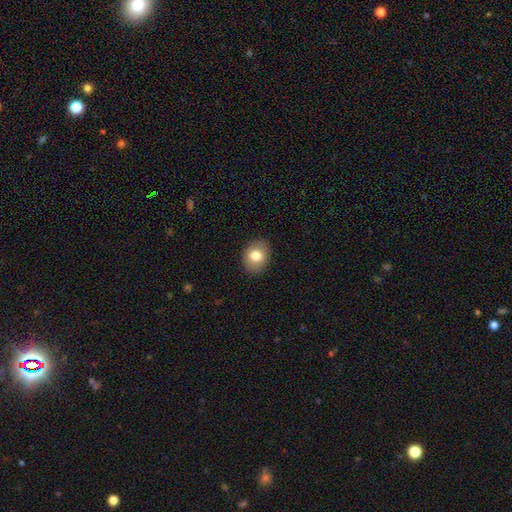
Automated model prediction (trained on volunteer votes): This is clearly a smooth galaxy (80%). How rounded: possibly in between (56%). Merging: clearly none (89%).